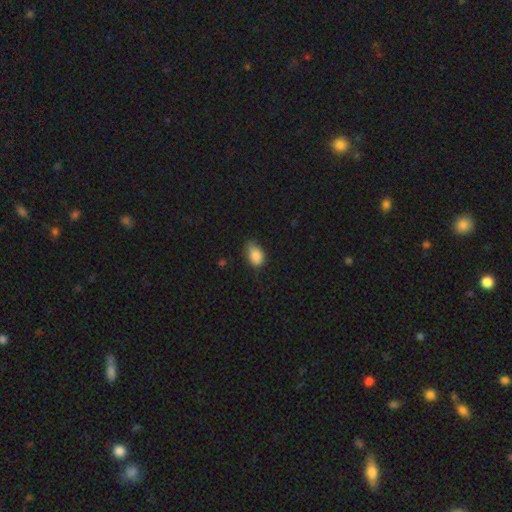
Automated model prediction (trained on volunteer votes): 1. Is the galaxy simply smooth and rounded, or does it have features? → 86% smooth, 8% star or artifact, 6% featured or disk.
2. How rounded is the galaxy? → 84% in between, 14% round, 2% cigar-shaped.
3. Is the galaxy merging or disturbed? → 56% none, 36% minor disturbance, 6% major disturbance, 2% merger.